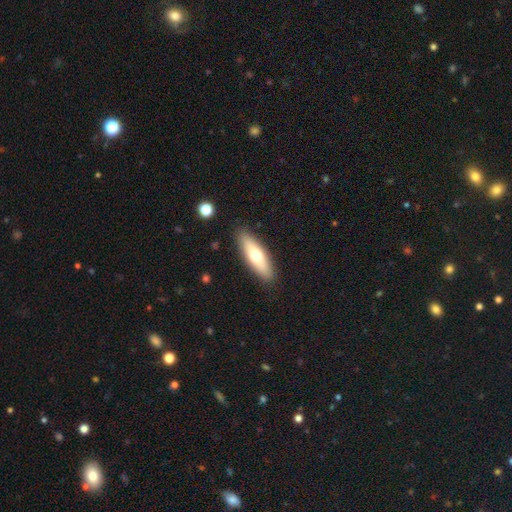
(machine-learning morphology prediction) smooth-or-featured: smooth: 62% | featured or disk: 33% | star or artifact: 6%
  how-rounded: in between: 51% | cigar-shaped: 47% | round: 2%
  merging: none: 88% | minor disturbance: 8% | major disturbance: 2% | merger: 1%